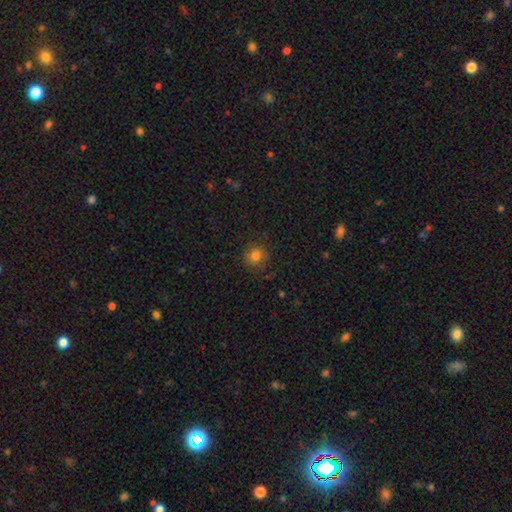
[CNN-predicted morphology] Smooth or featured? Predicted: smooth (p=0.80). How rounded? Predicted: round (p=0.87). Merging? Predicted: none (p=0.83).